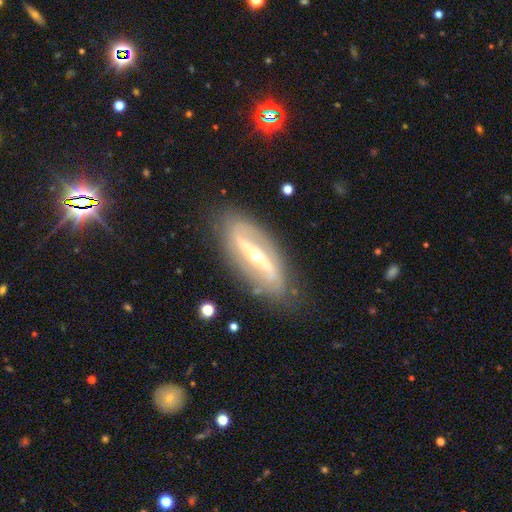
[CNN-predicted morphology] Q: Smooth or featured?
A: featured or disk (85%); runner-up: smooth (10%)
Q: Edge-on disk?
A: no (82%); runner-up: yes (18%)
Q: Bar?
A: strong (65%); runner-up: weak (21%)
Q: Spiral arms?
A: yes (80%); runner-up: no (20%)
Q: Spiral winding?
A: loose (39%); runner-up: medium (34%)
Q: Spiral arm count?
A: 2 (85%); runner-up: can't tell (9%)
Q: Bulge size?
A: small (53%); runner-up: moderate (43%)
Q: Merging?
A: none (81%); runner-up: minor disturbance (13%)